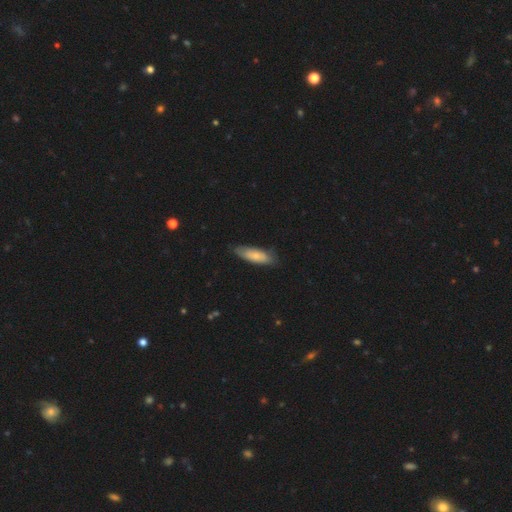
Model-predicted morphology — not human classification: Q: Smooth or featured?
A: smooth (74%); runner-up: featured or disk (21%)
Q: How rounded?
A: in between (57%); runner-up: cigar-shaped (42%)
Q: Merging?
A: none (79%); runner-up: minor disturbance (17%)